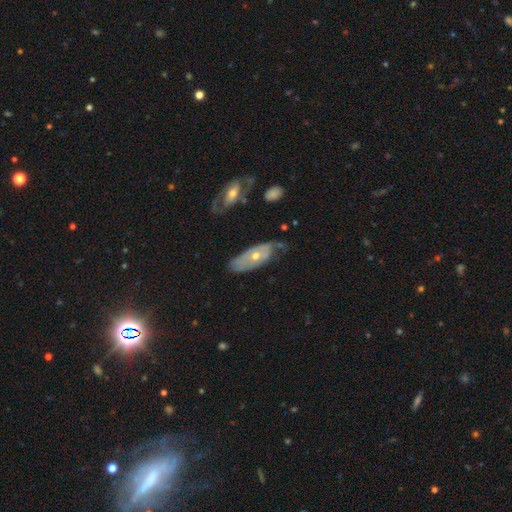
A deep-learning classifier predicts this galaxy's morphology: Smooth or featured: featured or disk — 60% (smooth — 32%)
Edge-on disk: no — 79% (yes — 21%)
Merging: none — 49% (minor disturbance — 32%)